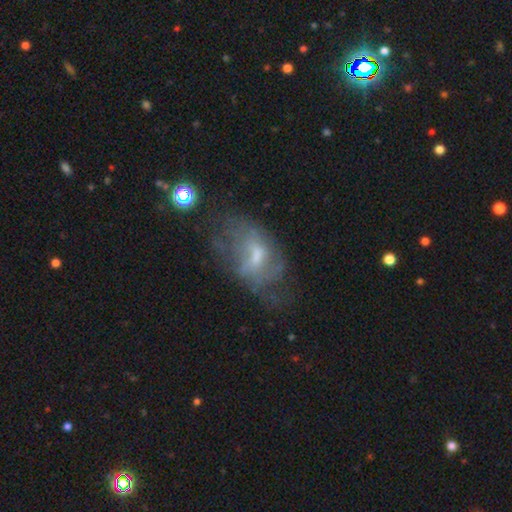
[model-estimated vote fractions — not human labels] featured or disk 57%, smooth 31%, star or artifact 12%. Down the decision tree: edge-on disk — no (95%); bar — weak (47%); spiral arms — no (61%); bulge size — small (41%); merging — none (40%).